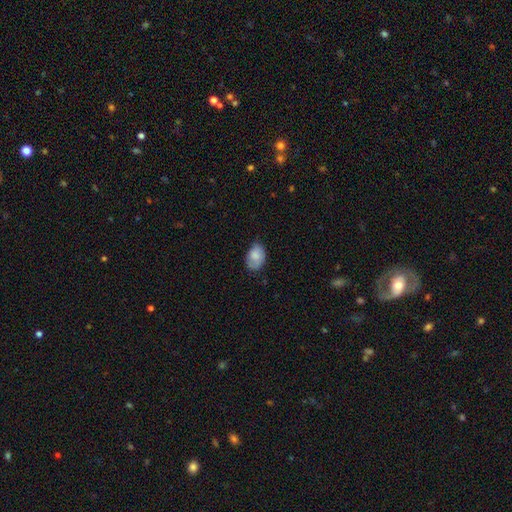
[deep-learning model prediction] smooth_or_featured: smooth (p=0.81) [alt: featured or disk p=0.12]
how_rounded: in between (p=0.84) [alt: round p=0.15]
merging: none (p=0.60) [alt: minor disturbance p=0.31]